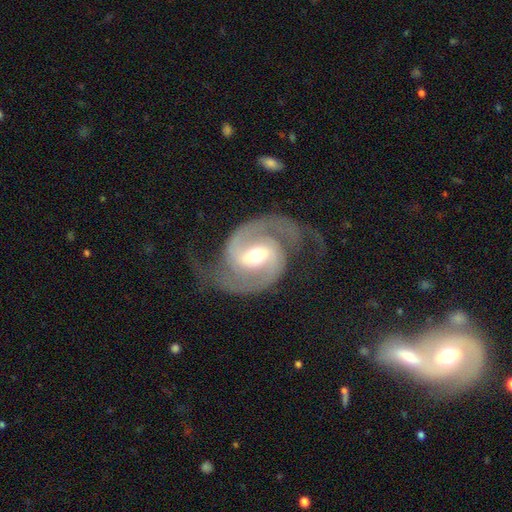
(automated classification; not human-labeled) This is clearly a featured or disk galaxy (94%). It is clearly not viewed edge-on (98%). Bar: possibly weak (46%). Spiral arm pattern: clearly yes (98%). Spiral arm count: clearly 2 (94%). Spiral winding: possibly medium (58%). Central bulge: likely moderate (68%). Merging: likely none (74%).